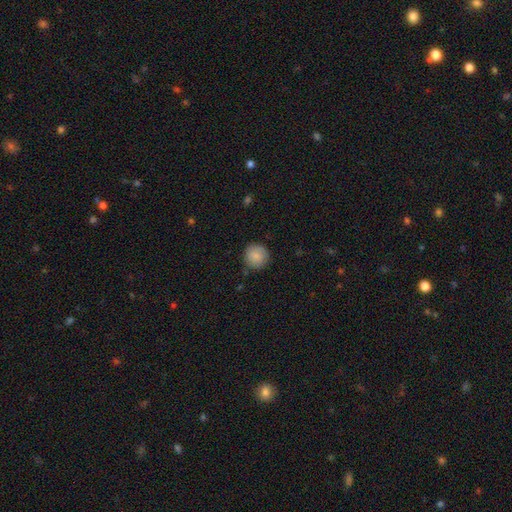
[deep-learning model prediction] Smooth or featured?
  - smooth: 87% *
  - star or artifact: 8%
  - featured or disk: 6%
How rounded?
  - round: 94% *
  - in between: 5%
  - cigar-shaped: 1%
Merging?
  - none: 87% *
  - minor disturbance: 9%
  - major disturbance: 2%
  - merger: 1%